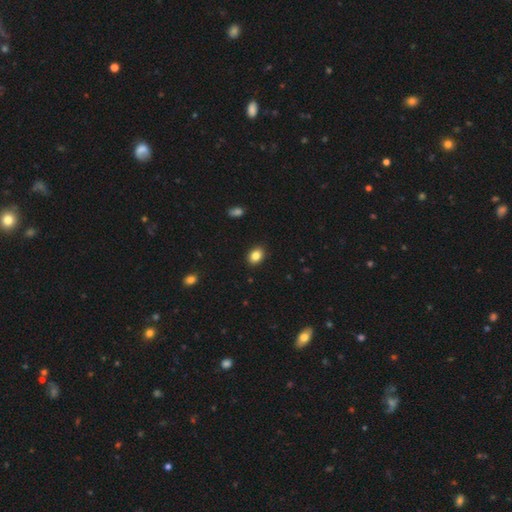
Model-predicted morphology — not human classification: Smooth or featured? smooth (85%)
How rounded? in between (63%)
Merging? none (90%)